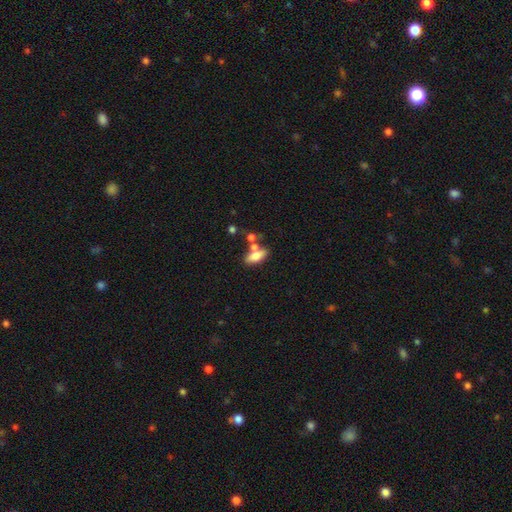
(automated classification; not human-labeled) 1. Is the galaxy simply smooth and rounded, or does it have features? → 70% smooth, 22% featured or disk, 8% star or artifact.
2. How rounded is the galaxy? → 76% in between, 19% cigar-shaped, 4% round.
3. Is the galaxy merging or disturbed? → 52% none, 28% merger, 14% minor disturbance, 6% major disturbance.